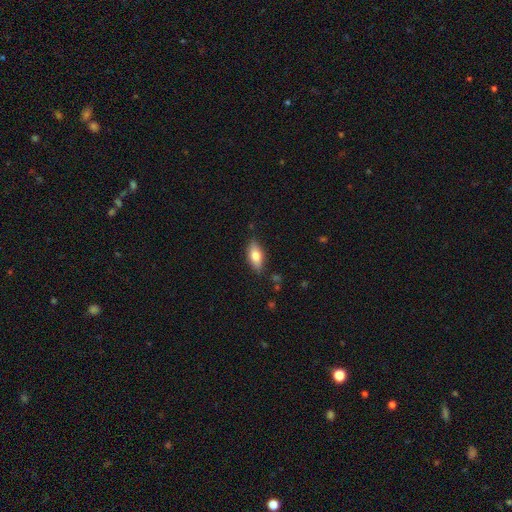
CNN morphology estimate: A smooth galaxy with no disk features (74%) that is in between round and cigar-shaped (84%). Merging: none (84%).